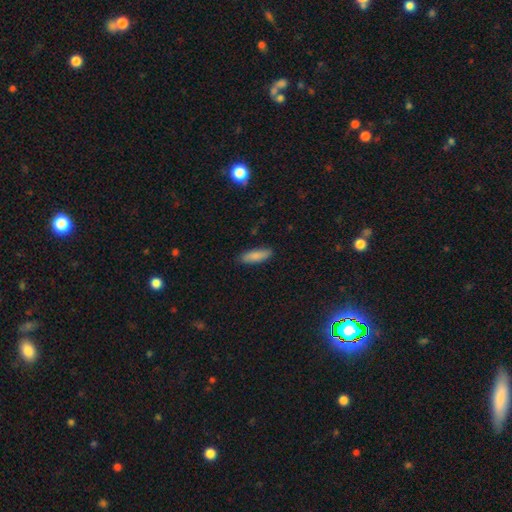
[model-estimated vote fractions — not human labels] The model was most divided on "how rounded": in between: 53%, cigar-shaped: 45%, round: 2%. More confident: merging — none (87%); smooth or featured — smooth (85%).